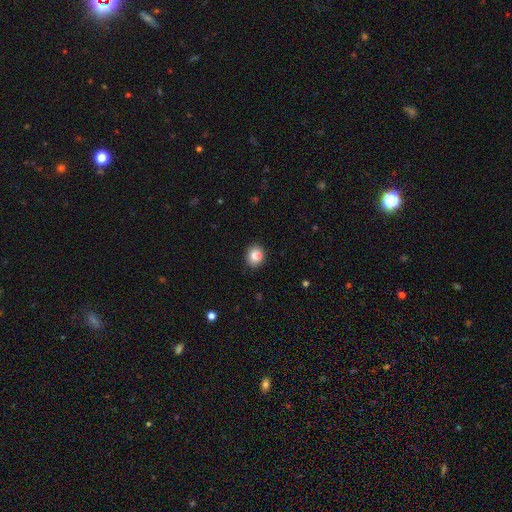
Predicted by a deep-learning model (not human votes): A smooth galaxy with no disk features (86%) that is round (66%).

Vote fractions:
- Smooth or featured? smooth: 86% / star or artifact: 9% / featured or disk: 5%
- How rounded? round: 66% / in between: 33% / cigar-shaped: 1%
- Merging? none: 90% / minor disturbance: 7% / major disturbance: 2% / merger: 1%